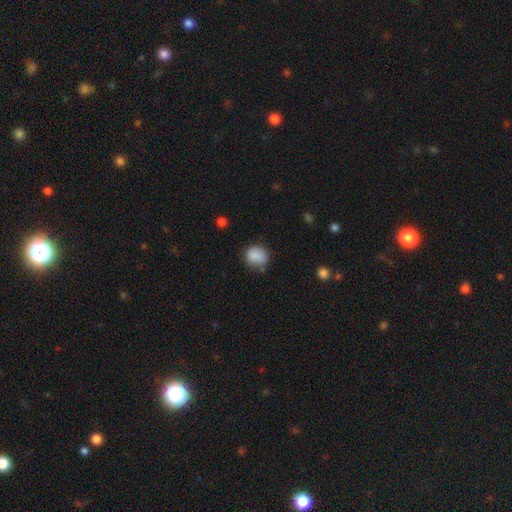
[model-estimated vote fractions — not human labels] smooth-or-featured: smooth: 86% | star or artifact: 9% | featured or disk: 5%
  how-rounded: round: 60% | in between: 39% | cigar-shaped: 1%
  merging: none: 71% | minor disturbance: 21% | major disturbance: 5% | merger: 3%